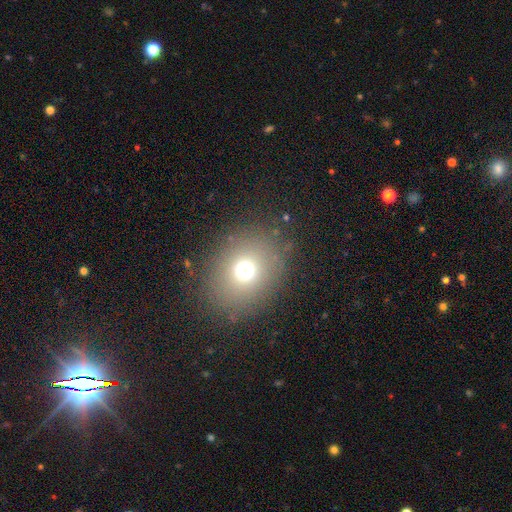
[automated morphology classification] This appears to be a smooth galaxy with no disk features (70%) that is round (58%). Merging: none (87%).